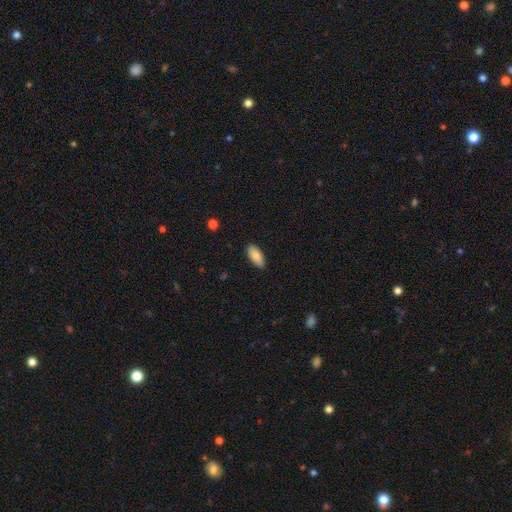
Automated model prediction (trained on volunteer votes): Overall: smooth (85%). How rounded: in between (90%). Merging: none (87%).